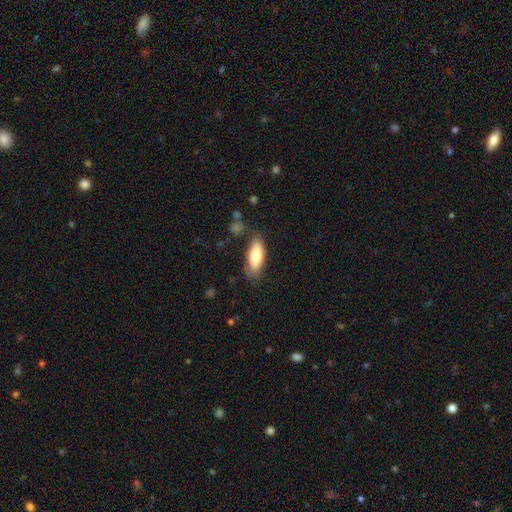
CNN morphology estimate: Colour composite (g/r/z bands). It shows a smooth galaxy with no disk features (77%) that is in between round and cigar-shaped (75%). Merging: none (72%).